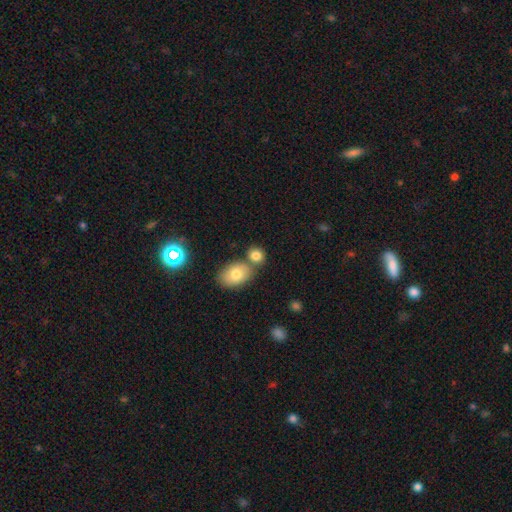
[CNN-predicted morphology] Smooth or featured?
  - smooth: 81% *
  - star or artifact: 10%
  - featured or disk: 9%
How rounded?
  - round: 53% *
  - in between: 45%
  - cigar-shaped: 1%
Merging?
  - none: 56% *
  - merger: 30%
  - minor disturbance: 10%
  - major disturbance: 3%